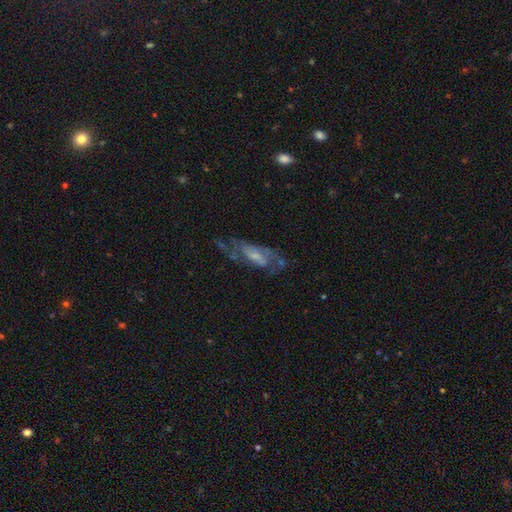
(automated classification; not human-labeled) smooth-or-featured: featured or disk: 66% | smooth: 26% | star or artifact: 8%
  disk-edge-on: no: 86% | yes: 14%
    bar: no: 48% | weak: 39% | strong: 13%
    has-spiral-arms: yes: 67% | no: 33%
    bulge-size: small: 45% | moderate: 35% | none: 13% | large: 6% | dominant: 1%
  merging: none: 45% | major disturbance: 26% | minor disturbance: 24% | merger: 5%